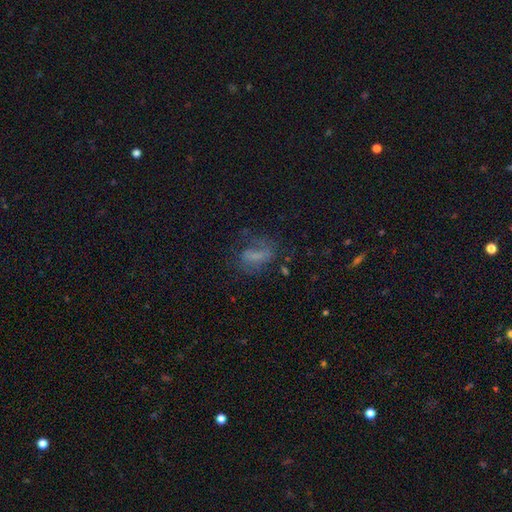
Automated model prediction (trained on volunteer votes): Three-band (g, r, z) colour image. It shows a smooth galaxy with no disk features (45%). Merging: none (49%).